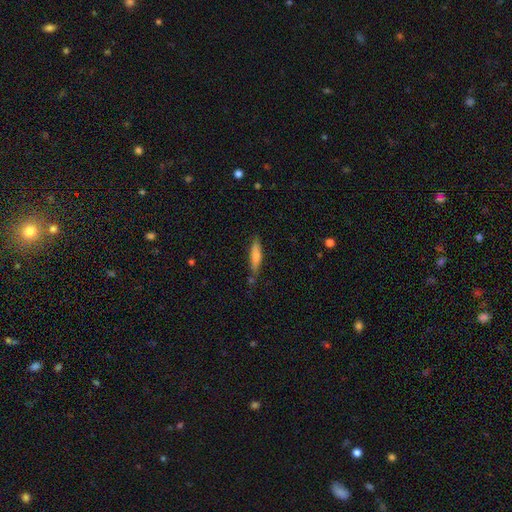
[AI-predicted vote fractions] Q: Smooth or featured?
A: smooth (68%); runner-up: featured or disk (26%)
Q: How rounded?
A: cigar-shaped (82%); runner-up: in between (16%)
Q: Merging?
A: none (78%); runner-up: minor disturbance (15%)